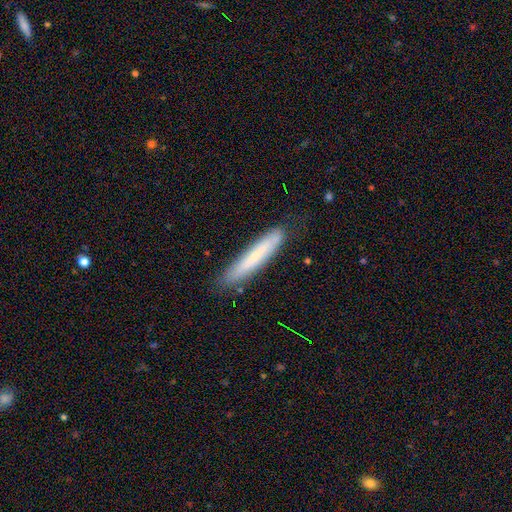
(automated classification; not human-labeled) Q: Smooth or featured?
A: smooth (63%); runner-up: featured or disk (30%)
Q: How rounded?
A: cigar-shaped (93%); runner-up: in between (6%)
Q: Merging?
A: none (84%); runner-up: minor disturbance (12%)